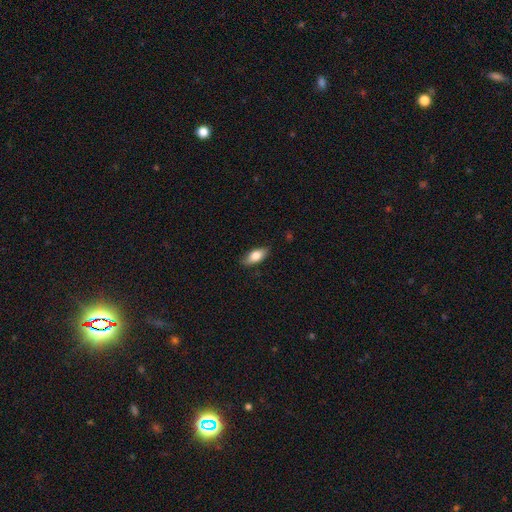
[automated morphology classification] A smooth galaxy with no disk features (77%) that is in between round and cigar-shaped (82%).

Vote fractions:
- Smooth or featured? smooth: 77% / featured or disk: 16% / star or artifact: 6%
- How rounded? in between: 82% / cigar-shaped: 15% / round: 3%
- Merging? none: 85% / minor disturbance: 12% / major disturbance: 2% / merger: 1%